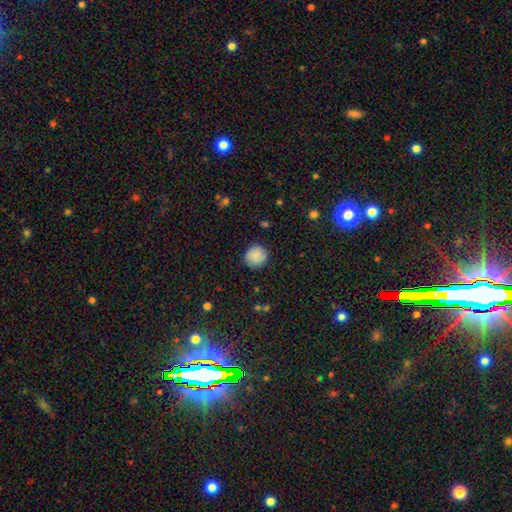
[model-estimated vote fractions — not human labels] Morphology: type=smooth (87%); roundness=round (90%); merging=none (87%).